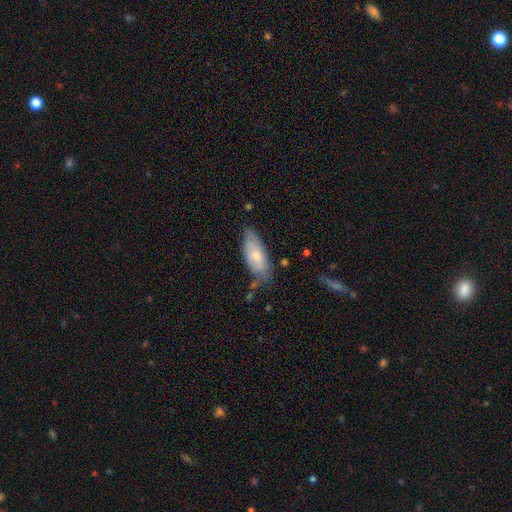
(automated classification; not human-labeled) Morphology: type=smooth (68%); roundness=in between (80%); merging=none (60%).